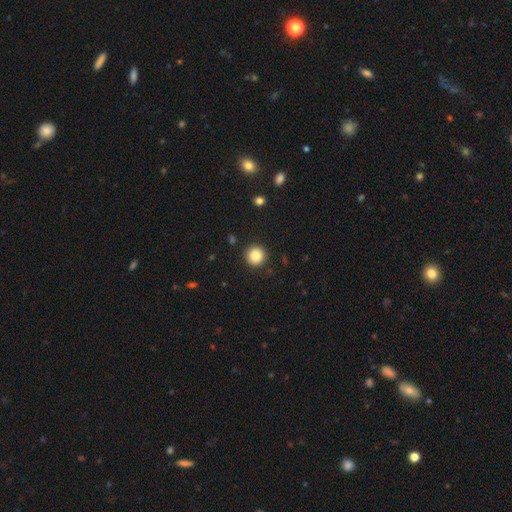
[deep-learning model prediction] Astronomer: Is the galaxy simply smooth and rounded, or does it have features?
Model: smooth — 85%.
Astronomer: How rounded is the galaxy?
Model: round — 95%.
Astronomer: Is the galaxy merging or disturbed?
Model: none — 91%.